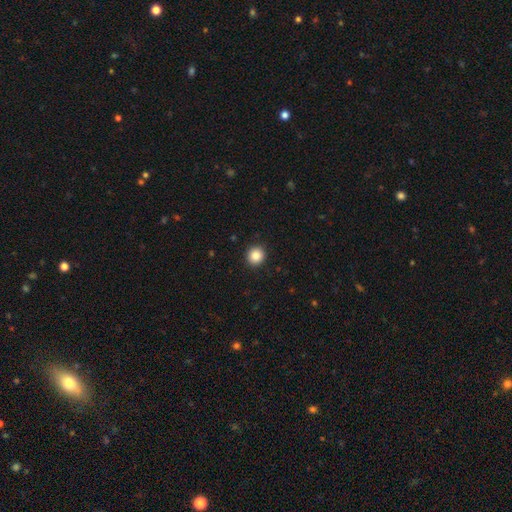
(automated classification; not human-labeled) smooth 86%, star or artifact 10%, featured or disk 4%. Down the decision tree: how rounded — round (91%); merging — none (92%).